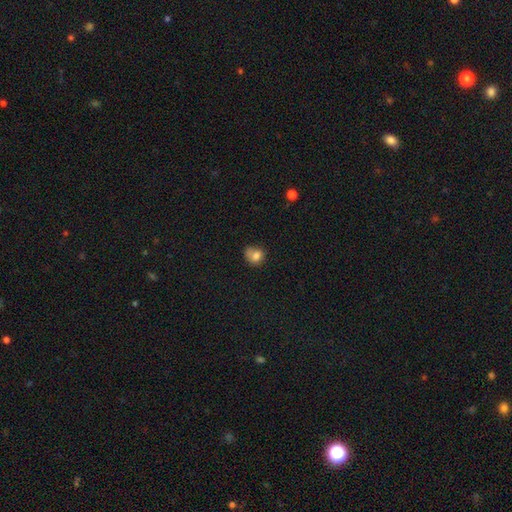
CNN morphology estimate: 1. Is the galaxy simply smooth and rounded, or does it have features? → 77% smooth, 11% featured or disk, 11% star or artifact.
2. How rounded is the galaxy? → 64% round, 35% in between, 1% cigar-shaped.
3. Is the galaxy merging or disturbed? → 41% none, 32% minor disturbance, 14% major disturbance, 13% merger.